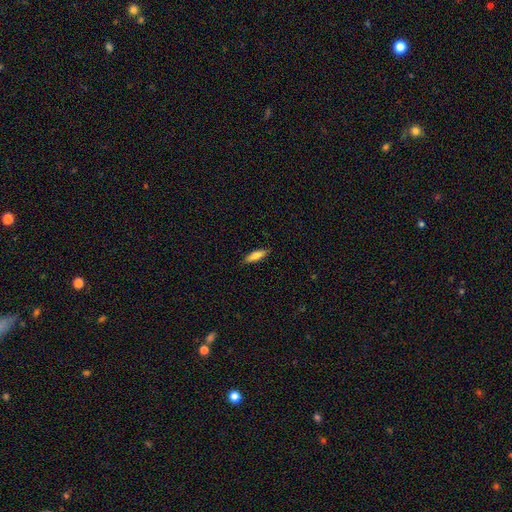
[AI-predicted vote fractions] Smooth or featured?
  - smooth: 73% *
  - featured or disk: 20%
  - star or artifact: 6%
How rounded?
  - cigar-shaped: 56% *
  - in between: 42%
  - round: 2%
Merging?
  - none: 87% *
  - minor disturbance: 10%
  - major disturbance: 2%
  - merger: 1%